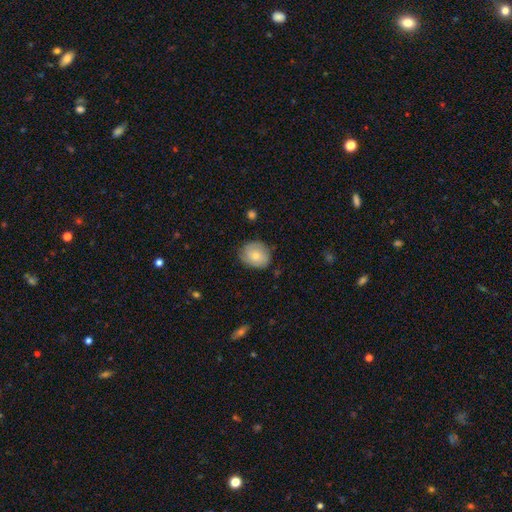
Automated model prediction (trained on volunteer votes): smooth 67%, featured or disk 26%, star or artifact 7%. Down the decision tree: how rounded — round (62%); merging — none (74%).